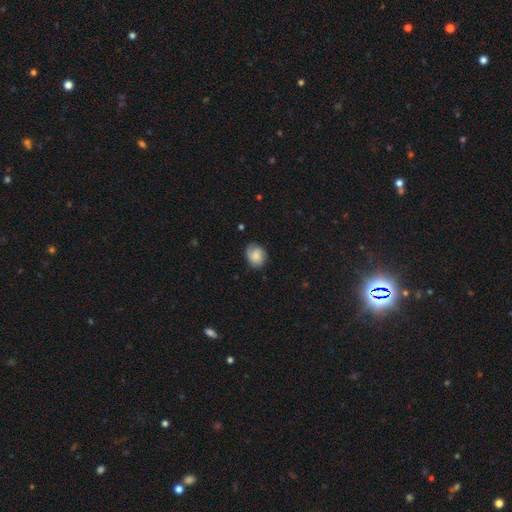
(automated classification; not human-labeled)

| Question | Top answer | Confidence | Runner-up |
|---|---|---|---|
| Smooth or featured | smooth | 59% | featured or disk (32%) |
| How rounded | round | 50% | in between (49%) |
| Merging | none | 71% | minor disturbance (22%) |